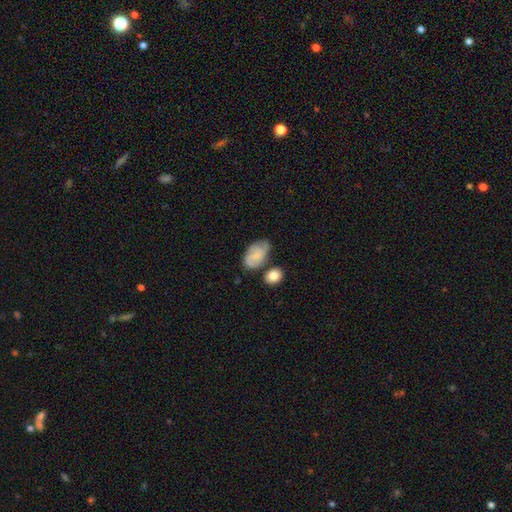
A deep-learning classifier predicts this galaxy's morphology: Q: Smooth or featured?
A: smooth (49%); runner-up: featured or disk (43%)
Q: Merging?
A: none (48%); runner-up: minor disturbance (30%)